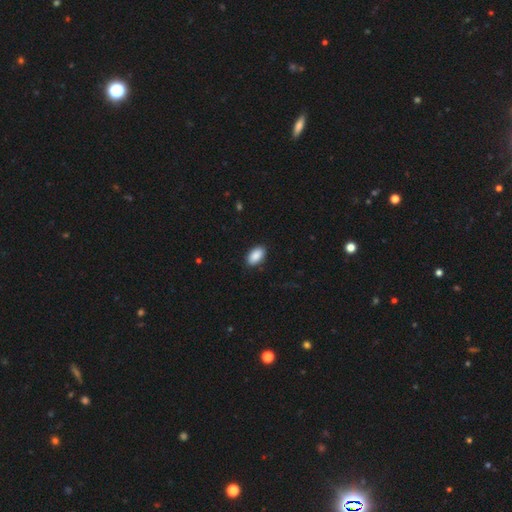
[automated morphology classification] The model was most divided on "merging": none: 88%, minor disturbance: 8%, major disturbance: 2%, merger: 1%. More confident: how rounded — in between (95%); smooth or featured — smooth (90%).